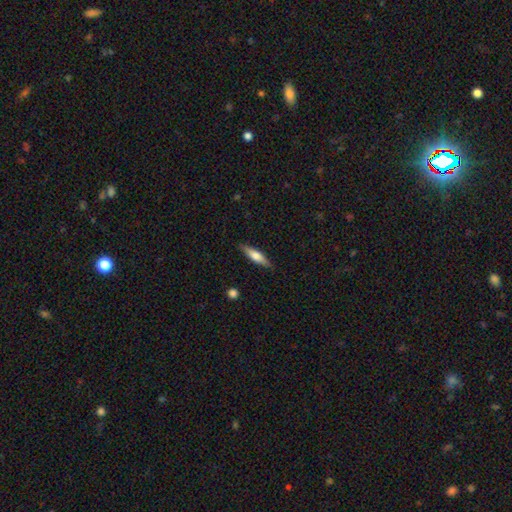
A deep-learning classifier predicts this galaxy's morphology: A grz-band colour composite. It shows a smooth galaxy with no disk features (55%) that is cigar-shaped (71%). Merging: none (87%).